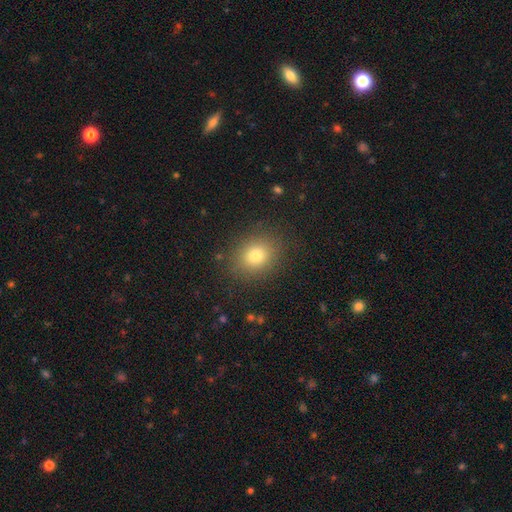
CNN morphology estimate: A smooth galaxy with no disk features (77%) that is round (57%). Merging: none (87%).